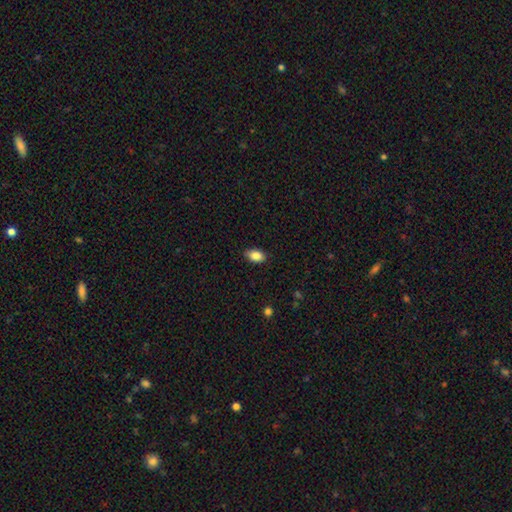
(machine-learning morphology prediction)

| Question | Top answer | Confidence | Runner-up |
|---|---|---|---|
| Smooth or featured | smooth | 87% | star or artifact (8%) |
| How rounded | in between | 89% | round (9%) |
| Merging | none | 84% | minor disturbance (13%) |